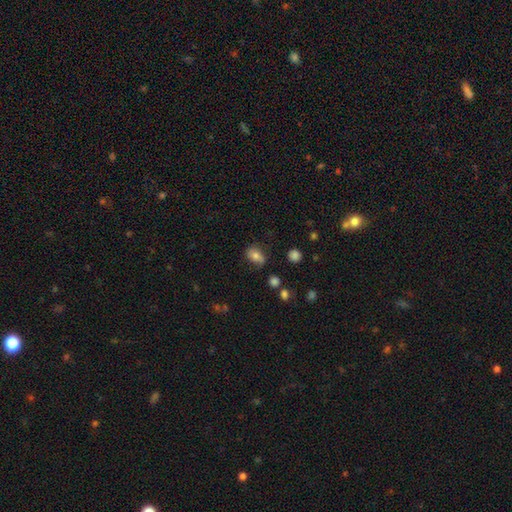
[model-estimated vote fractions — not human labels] Q: Smooth or featured?
A: smooth (77%); runner-up: featured or disk (13%)
Q: How rounded?
A: in between (80%); runner-up: round (18%)
Q: Merging?
A: none (66%); runner-up: minor disturbance (25%)